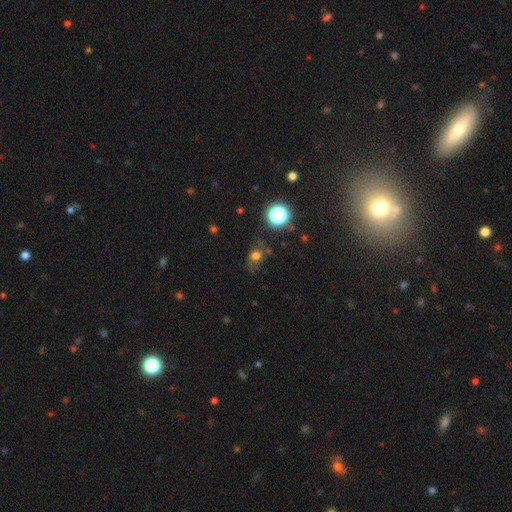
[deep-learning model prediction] A smooth galaxy with no disk features (56%) that is round (49%).

Vote fractions:
- Smooth or featured? smooth: 56% / featured or disk: 22% / star or artifact: 22%
- How rounded? round: 49% / in between: 48% / cigar-shaped: 2%
- Merging? none: 61% / minor disturbance: 22% / major disturbance: 13% / merger: 4%